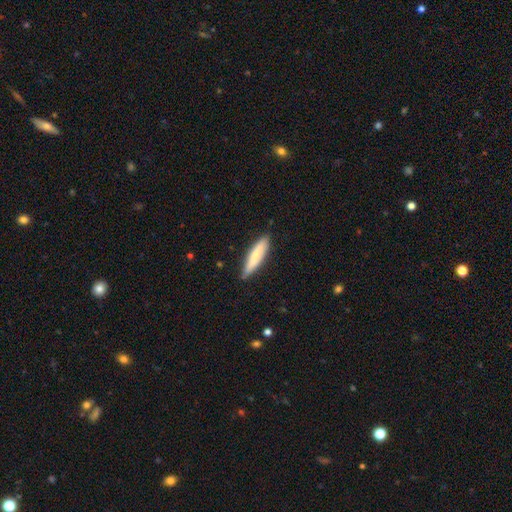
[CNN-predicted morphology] Smooth or featured? smooth (75%)
How rounded? cigar-shaped (81%)
Merging? none (83%)